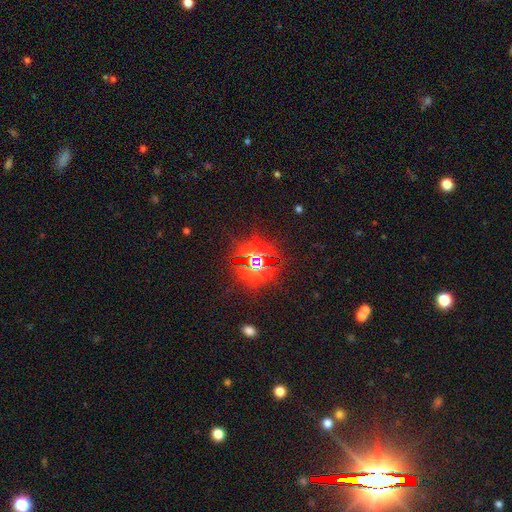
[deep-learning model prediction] smooth_or_featured: star or artifact (p=0.81) [alt: smooth p=0.10]